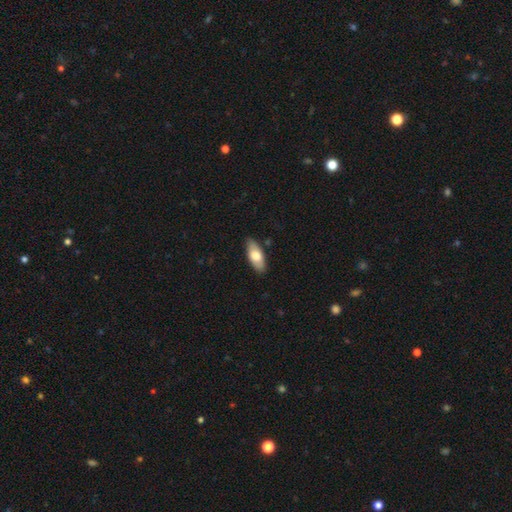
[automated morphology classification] Overall: smooth (69%). How rounded: in between (82%). Merging: none (86%).